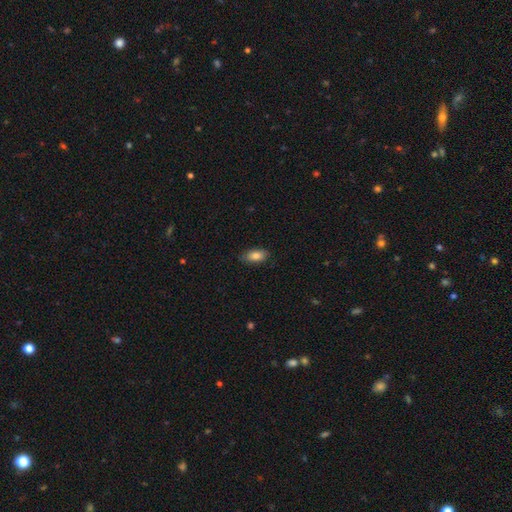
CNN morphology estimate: Smooth or featured: smooth — 84% (featured or disk — 9%)
How rounded: in between — 90% (cigar-shaped — 6%)
Merging: none — 84% (minor disturbance — 13%)